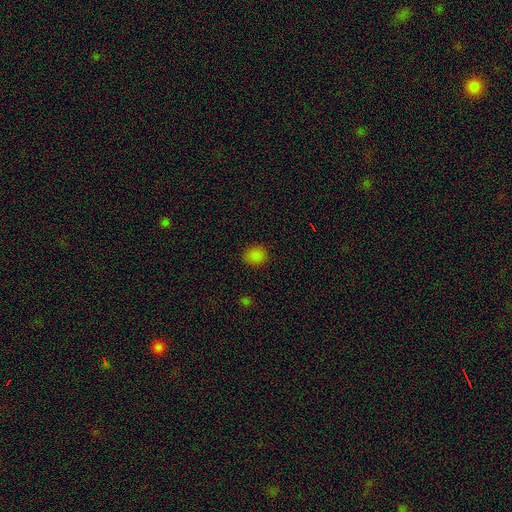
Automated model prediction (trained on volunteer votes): This appears to be a smooth galaxy with no disk features (82%) that is round (69%). Merging: none (88%).